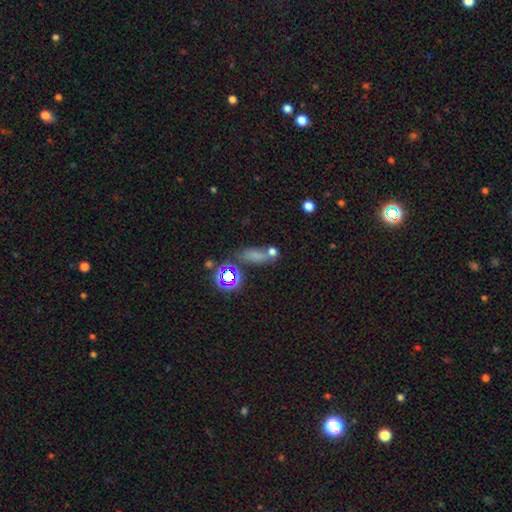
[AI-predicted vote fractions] Morphology: type=smooth (60%); roundness=in between (56%); merging=none (51%).